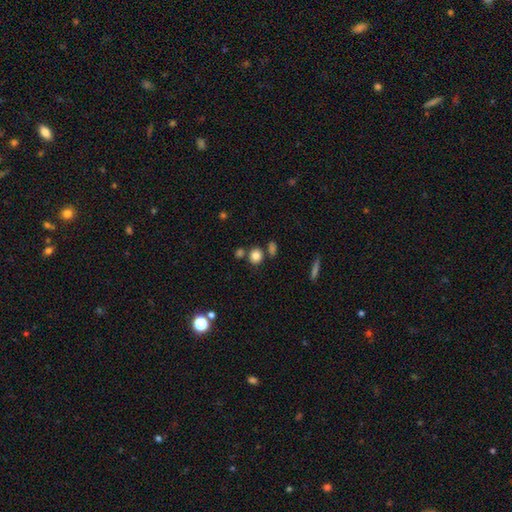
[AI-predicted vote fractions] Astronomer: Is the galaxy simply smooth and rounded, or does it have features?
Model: smooth — 83%.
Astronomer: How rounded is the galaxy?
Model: round — 77%.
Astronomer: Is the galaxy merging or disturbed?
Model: none — 71%.